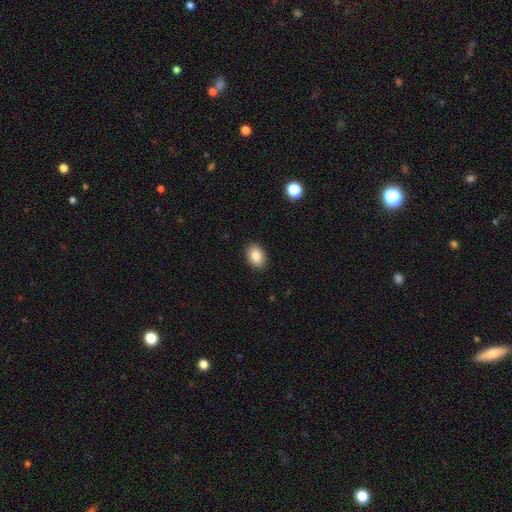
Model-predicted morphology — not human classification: This is clearly a smooth galaxy (87%). How rounded: clearly in between (81%). Merging: clearly none (89%).